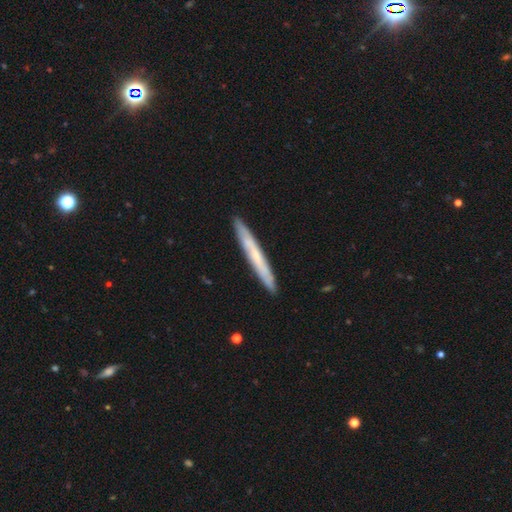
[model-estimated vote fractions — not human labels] Smooth or featured? Predicted: featured or disk (p=0.49). Merging? Predicted: none (p=0.91).